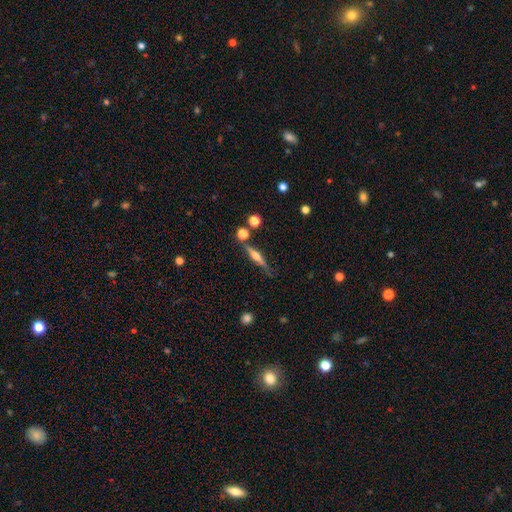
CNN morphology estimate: Smooth or featured?
  - featured or disk: 66% *
  - smooth: 26%
  - star or artifact: 8%
Edge-on disk?
  - yes: 96% *
  - no: 4%
Edge-on bulge?
  - rounded: 83% *
  - boxy: 10%
  - none: 6%
Merging?
  - none: 75% *
  - minor disturbance: 13%
  - merger: 7%
  - major disturbance: 4%